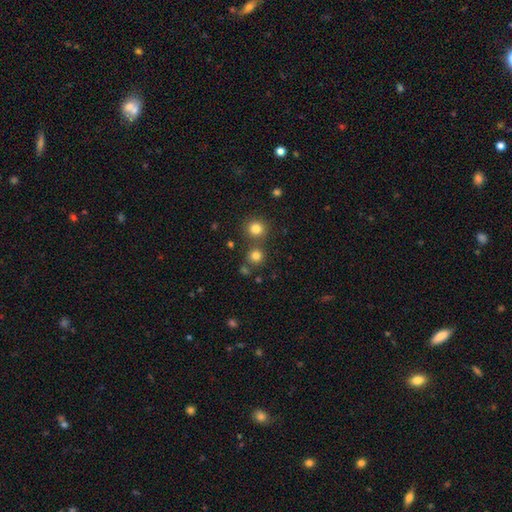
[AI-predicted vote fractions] A smooth galaxy with no disk features (78%) that is round (91%). Merging: none (73%).